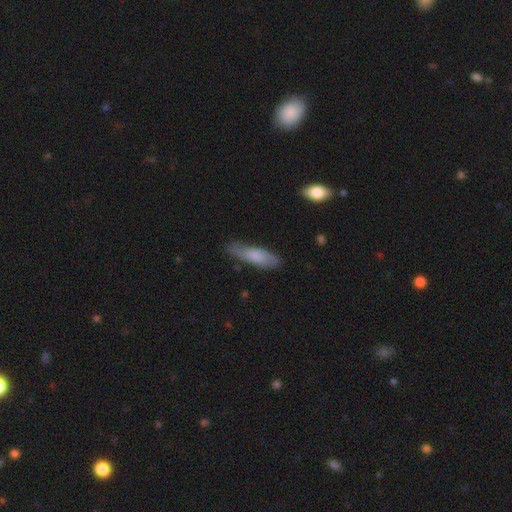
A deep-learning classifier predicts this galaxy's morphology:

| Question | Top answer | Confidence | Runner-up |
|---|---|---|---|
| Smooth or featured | smooth | 70% | featured or disk (24%) |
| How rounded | cigar-shaped | 56% | in between (42%) |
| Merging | none | 71% | minor disturbance (23%) |